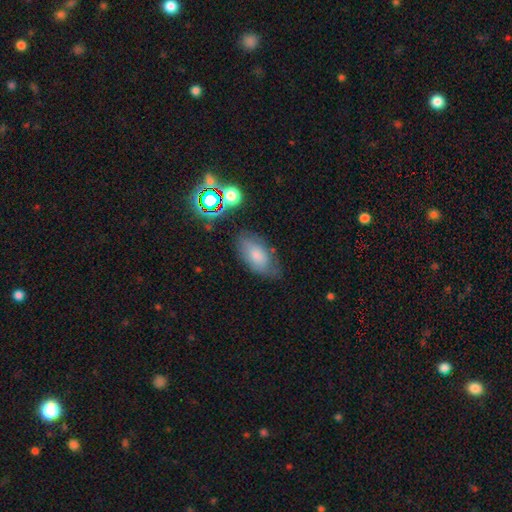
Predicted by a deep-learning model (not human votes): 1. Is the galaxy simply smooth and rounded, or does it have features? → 62% smooth, 23% featured or disk, 15% star or artifact.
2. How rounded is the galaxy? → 91% in between, 6% round, 4% cigar-shaped.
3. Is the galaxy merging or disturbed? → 67% none, 23% minor disturbance, 7% major disturbance, 3% merger.